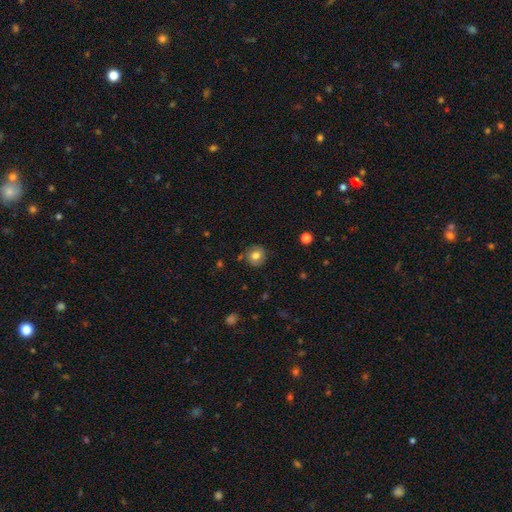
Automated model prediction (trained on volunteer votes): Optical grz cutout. It shows a smooth galaxy with no disk features (77%) that is round (89%). Merging: none (85%).